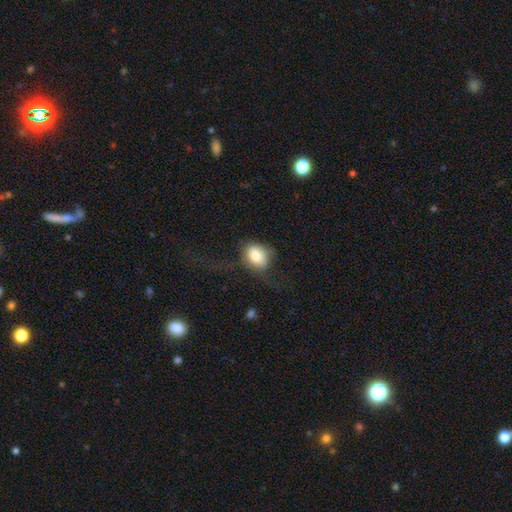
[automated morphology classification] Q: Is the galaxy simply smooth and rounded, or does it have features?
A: smooth — 79%.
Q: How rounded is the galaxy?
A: in between — 69%.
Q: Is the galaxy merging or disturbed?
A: none — 42%.